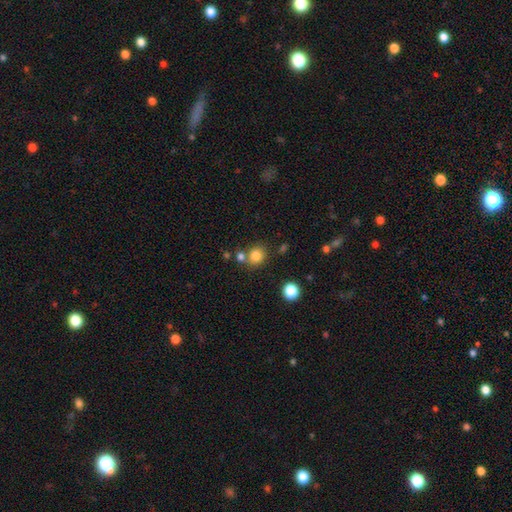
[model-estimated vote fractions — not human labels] A smooth galaxy with no disk features (81%) that is round (79%). Merging: none (67%).